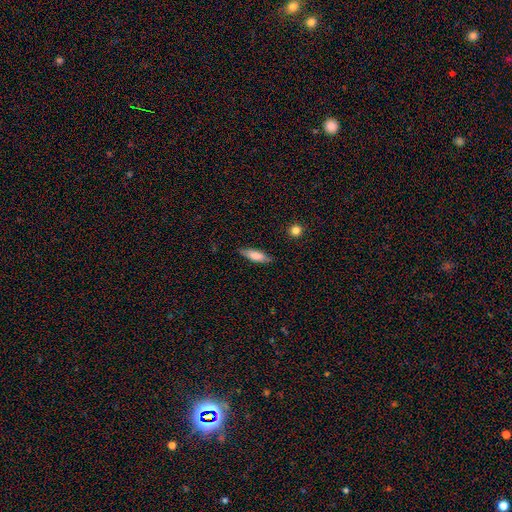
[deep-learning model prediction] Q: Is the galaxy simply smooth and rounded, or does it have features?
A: smooth — 75%.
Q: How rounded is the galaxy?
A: cigar-shaped — 50%.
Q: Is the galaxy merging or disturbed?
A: none — 82%.